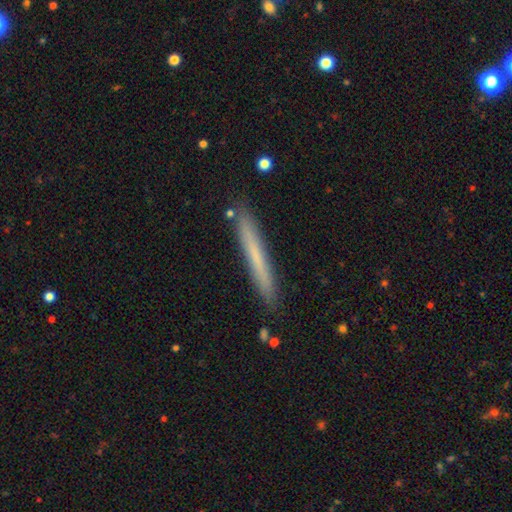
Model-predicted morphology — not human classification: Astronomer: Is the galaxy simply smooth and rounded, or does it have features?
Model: smooth — 62%.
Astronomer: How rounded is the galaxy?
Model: cigar-shaped — 97%.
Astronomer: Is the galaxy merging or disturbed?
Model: none — 88%.